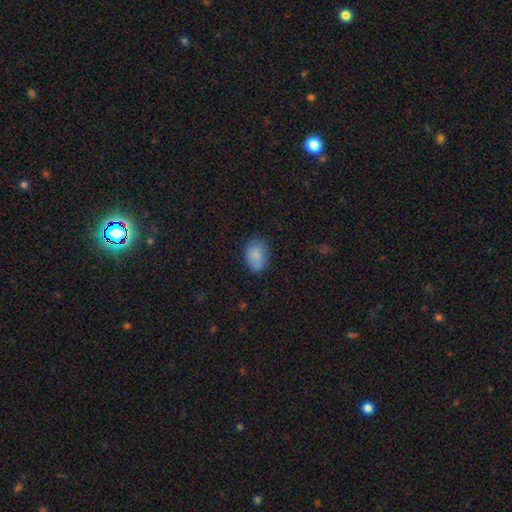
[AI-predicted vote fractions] smooth_or_featured: smooth (p=0.86) [alt: star or artifact p=0.08]
how_rounded: in between (p=0.80) [alt: round p=0.18]
merging: none (p=0.75) [alt: minor disturbance p=0.20]